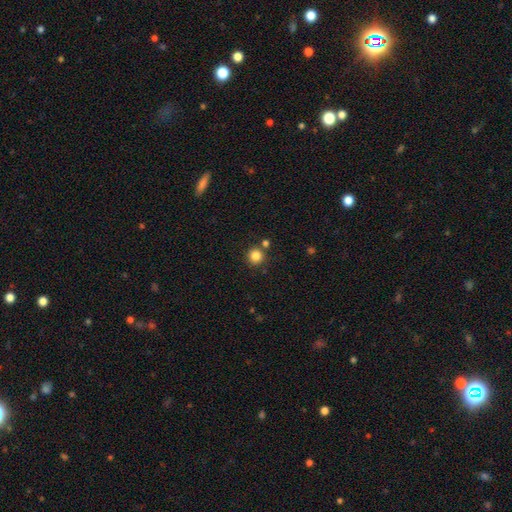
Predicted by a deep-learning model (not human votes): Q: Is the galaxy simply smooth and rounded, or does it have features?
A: smooth — 84%.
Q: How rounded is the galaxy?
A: round — 93%.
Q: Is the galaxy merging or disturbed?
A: none — 79%.